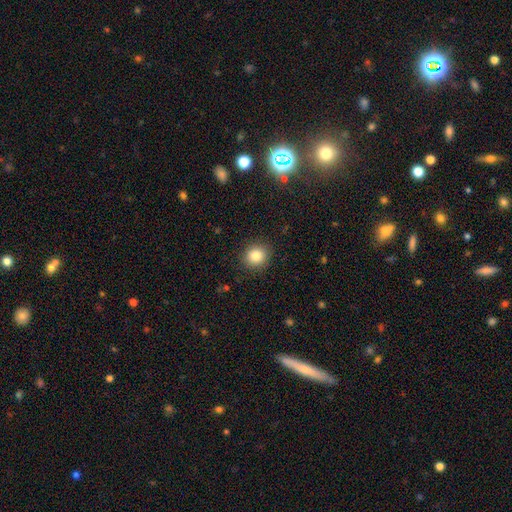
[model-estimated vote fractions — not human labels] A smooth galaxy with no disk features (83%) that is round (83%). Merging: none (90%).